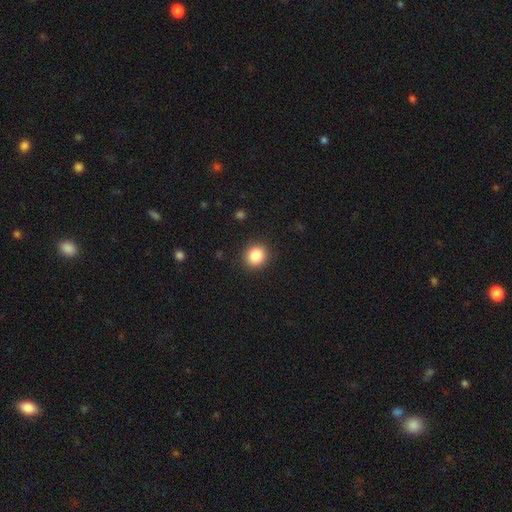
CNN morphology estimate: A smooth galaxy with no disk features (85%) that is round (82%). Merging: none (91%).